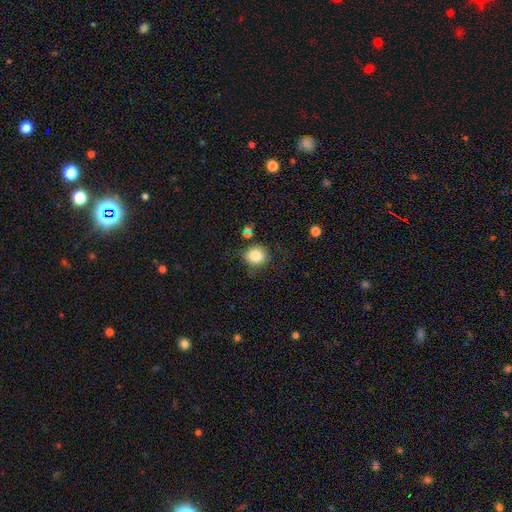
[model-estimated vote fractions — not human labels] This appears to be a smooth galaxy with no disk features (82%) that is round (85%). Merging: none (73%).